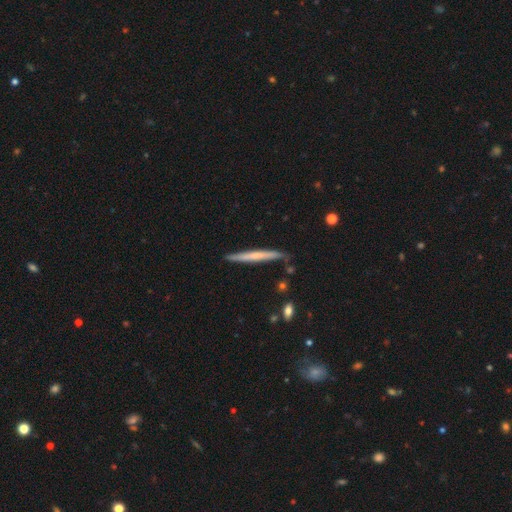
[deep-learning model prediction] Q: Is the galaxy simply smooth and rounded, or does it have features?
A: featured or disk — 48%.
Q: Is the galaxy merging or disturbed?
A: none — 83%.